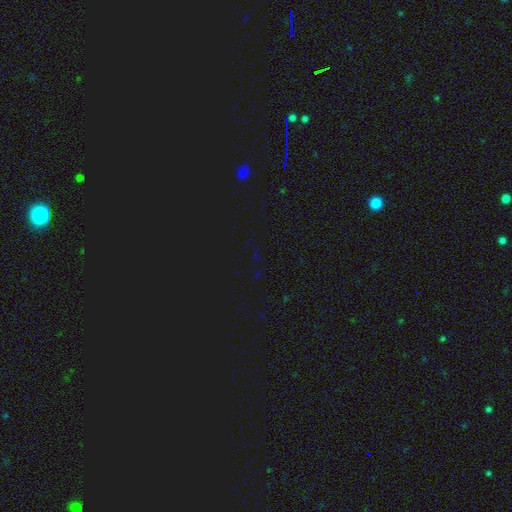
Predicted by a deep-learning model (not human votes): smooth-or-featured: star or artifact: 78% | smooth: 16% | featured or disk: 6%